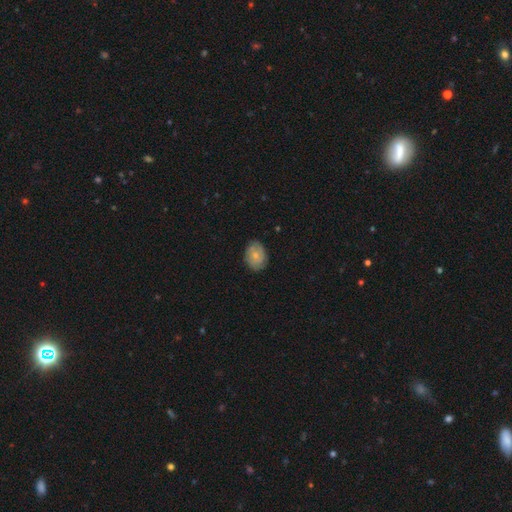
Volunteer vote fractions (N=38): smooth 58%, featured or disk 32%, star or artifact 11%. Down the decision tree: how rounded — in between (64%); merging — none (71%).